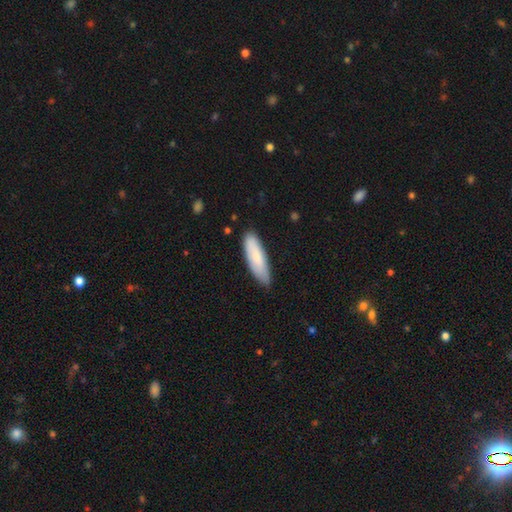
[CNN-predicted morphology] Q: Smooth or featured?
A: smooth (79%); runner-up: featured or disk (16%)
Q: How rounded?
A: cigar-shaped (52%); runner-up: in between (47%)
Q: Merging?
A: none (80%); runner-up: minor disturbance (17%)